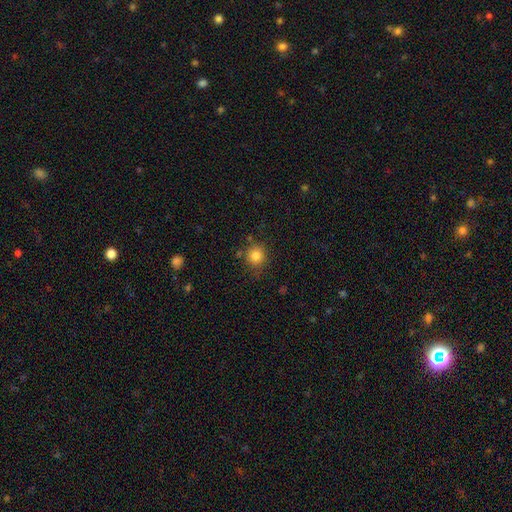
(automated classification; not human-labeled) A smooth galaxy with no disk features (83%) that is round (89%).

Vote fractions:
- Smooth or featured? smooth: 83% / star or artifact: 12% / featured or disk: 5%
- How rounded? round: 89% / in between: 10% / cigar-shaped: 1%
- Merging? none: 81% / minor disturbance: 11% / merger: 4% / major disturbance: 4%